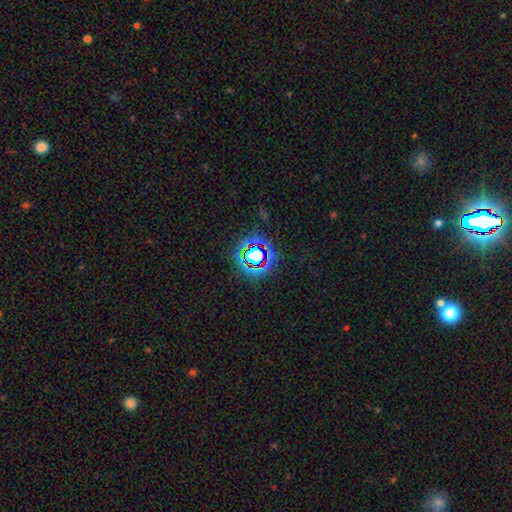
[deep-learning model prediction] Overall: star or artifact (71%).